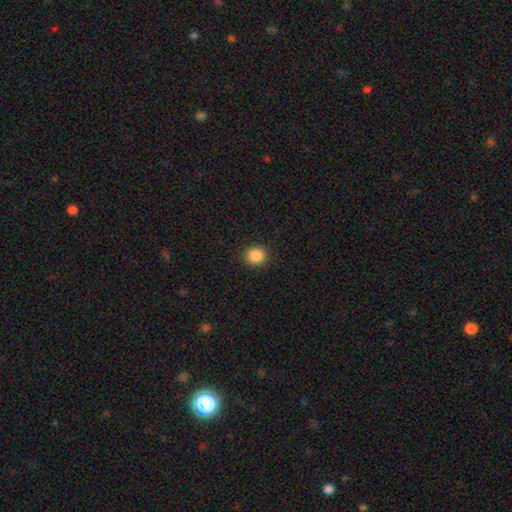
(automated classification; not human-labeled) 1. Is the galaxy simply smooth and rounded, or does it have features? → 87% smooth, 10% star or artifact, 3% featured or disk.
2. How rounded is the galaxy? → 82% round, 17% in between, 1% cigar-shaped.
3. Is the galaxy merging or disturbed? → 91% none, 6% minor disturbance, 2% major disturbance, 1% merger.